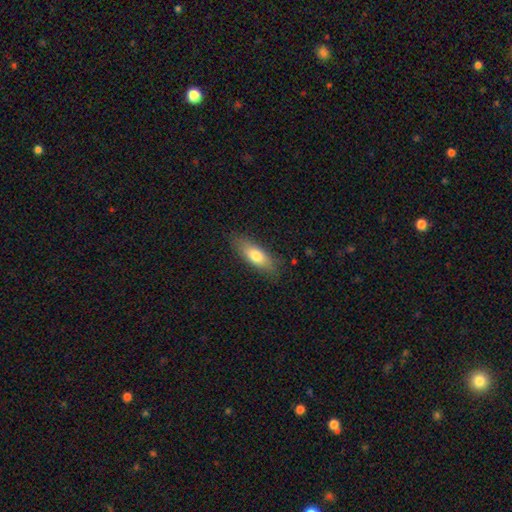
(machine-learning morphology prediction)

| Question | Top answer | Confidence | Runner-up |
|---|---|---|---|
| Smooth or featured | smooth | 74% | featured or disk (20%) |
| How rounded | in between | 63% | cigar-shaped (34%) |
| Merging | none | 81% | minor disturbance (14%) |